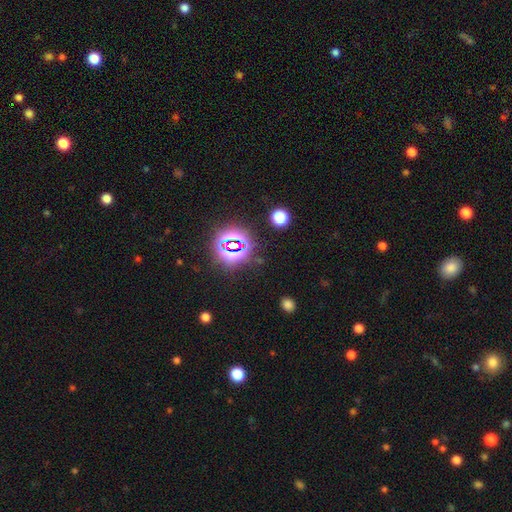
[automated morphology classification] A star or artifact, not a galaxy (82%).